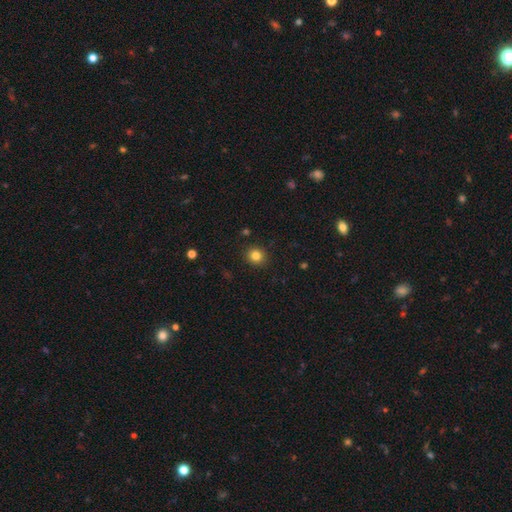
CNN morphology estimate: smooth_or_featured: smooth (p=0.83) [alt: star or artifact p=0.12]
how_rounded: round (p=0.82) [alt: in between p=0.18]
merging: none (p=0.90) [alt: minor disturbance p=0.07]